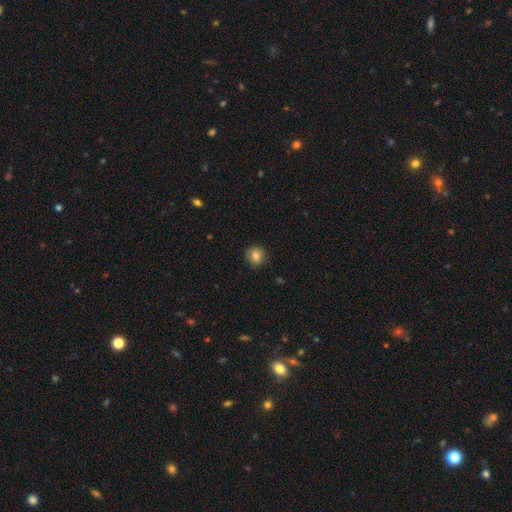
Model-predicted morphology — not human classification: Smooth or featured: smooth — 82% (star or artifact — 11%)
How rounded: round — 90% (in between — 9%)
Merging: none — 87% (minor disturbance — 10%)